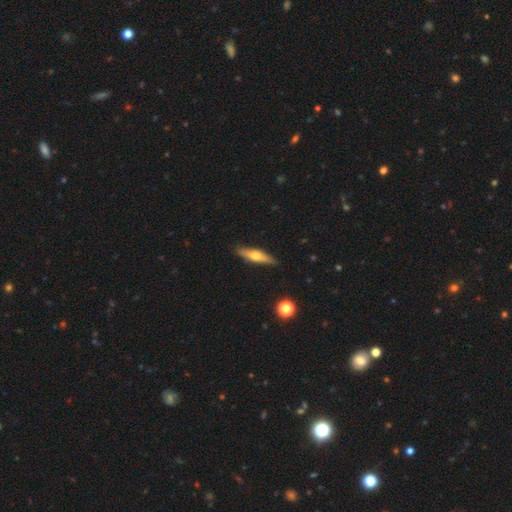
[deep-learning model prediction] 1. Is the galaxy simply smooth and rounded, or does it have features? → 51% featured or disk, 43% smooth, 6% star or artifact.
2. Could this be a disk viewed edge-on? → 92% yes, 8% no.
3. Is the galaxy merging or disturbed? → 88% none, 9% minor disturbance, 2% major disturbance, 1% merger.